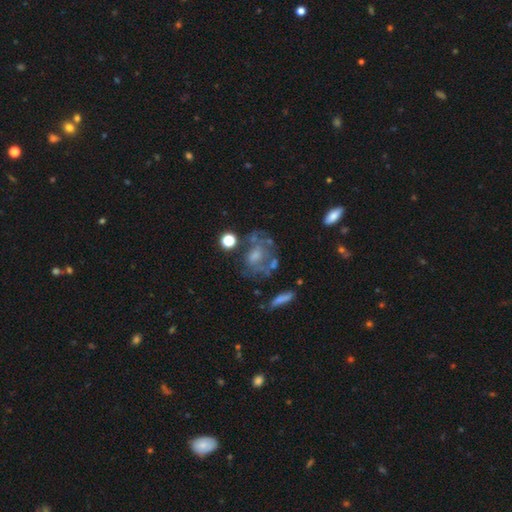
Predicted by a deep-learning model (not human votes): smooth_or_featured: featured or disk (p=0.59) [alt: smooth p=0.26]
disk_edge_on: no (p=0.96) [alt: yes p=0.04]
bar: no (p=0.76) [alt: weak p=0.19]
has_spiral_arms: no (p=0.63) [alt: yes p=0.37]
bulge_size: moderate (p=0.33) [alt: small p=0.31]
merging: none (p=0.48) [alt: major disturbance p=0.22]